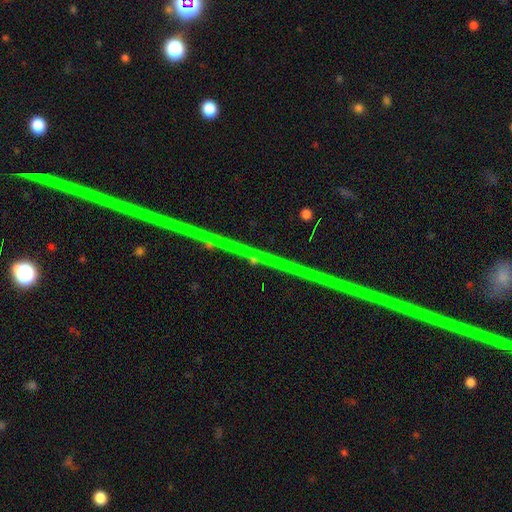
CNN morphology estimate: A star or artifact, not a galaxy (85%).